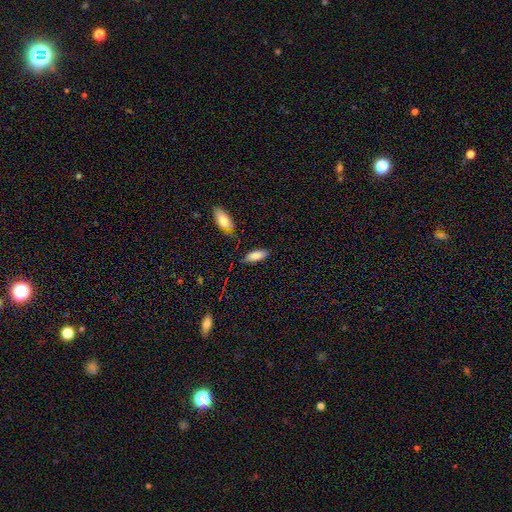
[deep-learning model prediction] The model was most divided on "how rounded": in between: 74%, cigar-shaped: 24%, round: 2%. More confident: smooth or featured — smooth (86%); merging — none (78%).